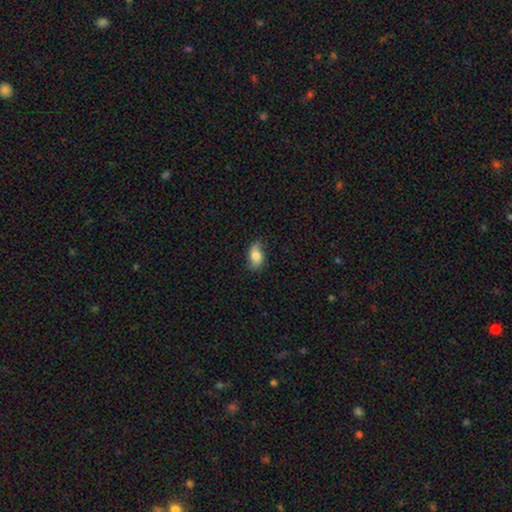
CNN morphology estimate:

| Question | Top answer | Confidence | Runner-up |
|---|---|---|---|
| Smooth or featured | smooth | 68% | featured or disk (24%) |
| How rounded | in between | 87% | round (8%) |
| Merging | none | 72% | minor disturbance (22%) |